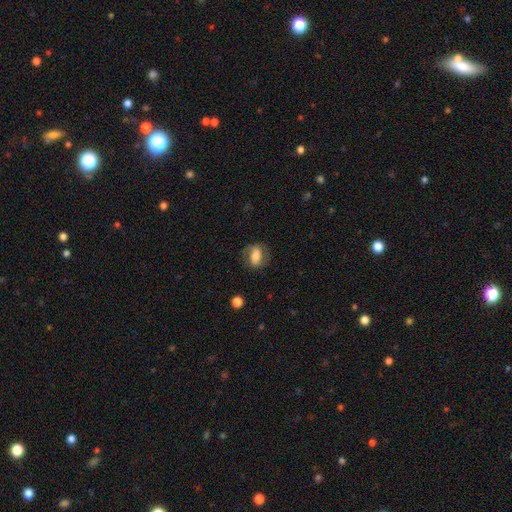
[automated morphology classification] This appears to be a smooth galaxy with no disk features (50%) that is in between round and cigar-shaped (71%). Merging: none (72%).